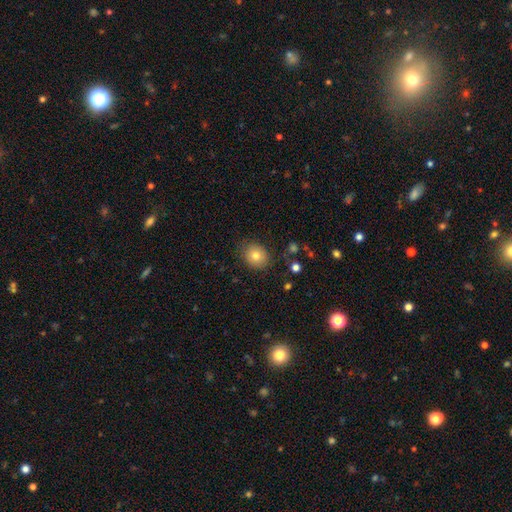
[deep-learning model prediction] This appears to be a smooth galaxy with no disk features (78%) that is round (67%). Merging: none (83%).